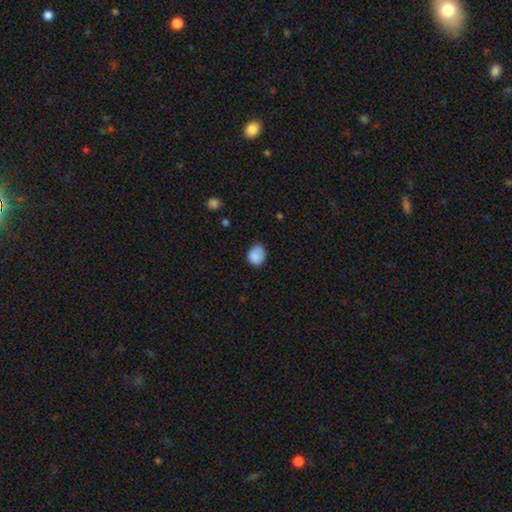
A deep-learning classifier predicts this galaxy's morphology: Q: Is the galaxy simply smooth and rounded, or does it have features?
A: smooth — 85%.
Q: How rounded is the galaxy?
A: round — 61%.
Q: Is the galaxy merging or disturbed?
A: none — 63%.